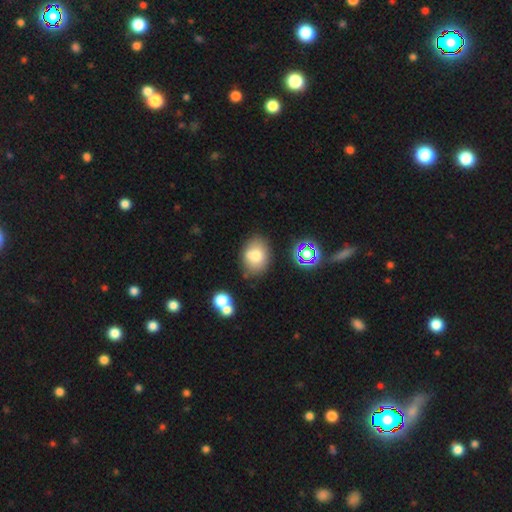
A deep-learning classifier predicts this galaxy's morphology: Overall: smooth (73%). How rounded: in between (64%; round 35%). Merging: none (68%).